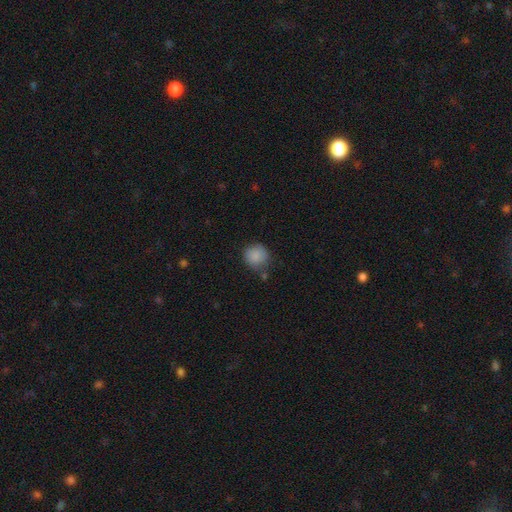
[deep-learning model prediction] The model was most divided on "merging": none: 72%, minor disturbance: 18%, merger: 6%, major disturbance: 4%. More confident: how rounded — round (90%); smooth or featured — smooth (87%).